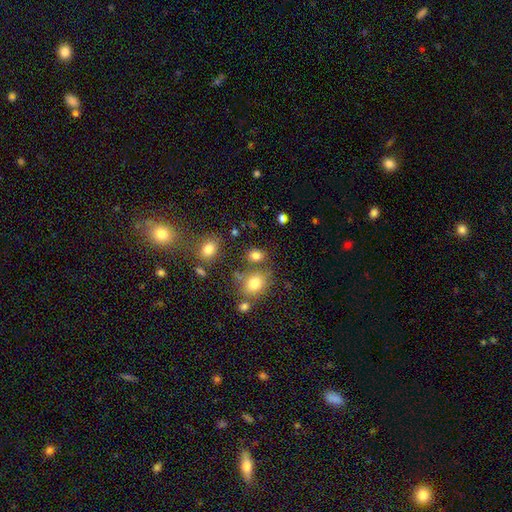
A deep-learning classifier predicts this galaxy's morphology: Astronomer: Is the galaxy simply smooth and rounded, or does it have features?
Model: smooth — 79%.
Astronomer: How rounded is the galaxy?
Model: in between — 55% (runner-up: round, 44%).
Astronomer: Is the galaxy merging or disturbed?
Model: none — 68%.